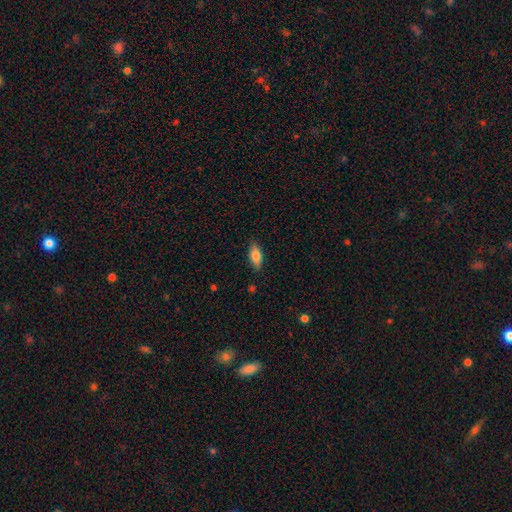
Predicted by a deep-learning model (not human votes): This is likely a smooth galaxy (78%). How rounded: likely in between (80%). Merging: clearly none (85%).